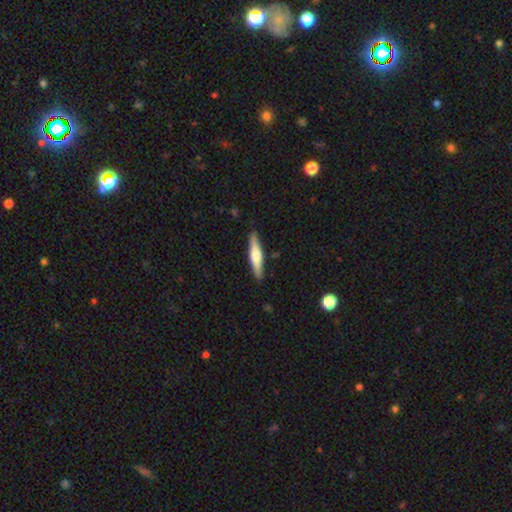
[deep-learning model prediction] Overall: featured or disk (49%; smooth 45%). Merging: none (89%).